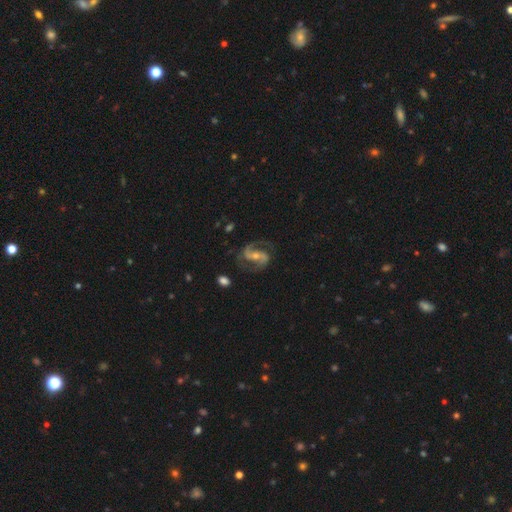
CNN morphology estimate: This appears to be a featured or disk galaxy (90%) with a strong bar (39%), 2 (93%) medium (57%) spiral arms (97%) and a small central bulge (49%). Merging: none (76%).